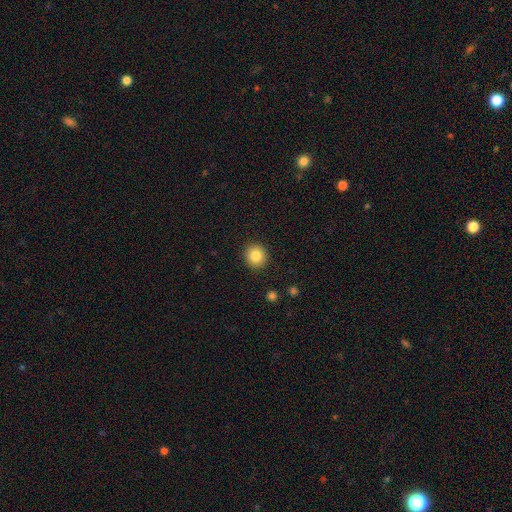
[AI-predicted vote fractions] Overall: smooth (83%). How rounded: round (91%). Merging: none (92%).